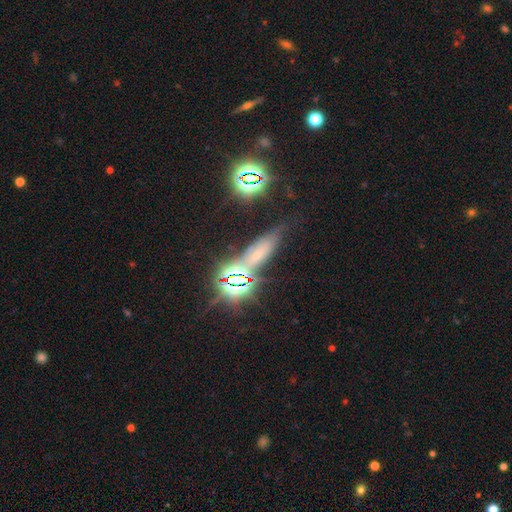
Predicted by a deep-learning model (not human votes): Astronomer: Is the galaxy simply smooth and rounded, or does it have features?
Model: star or artifact — 53%.